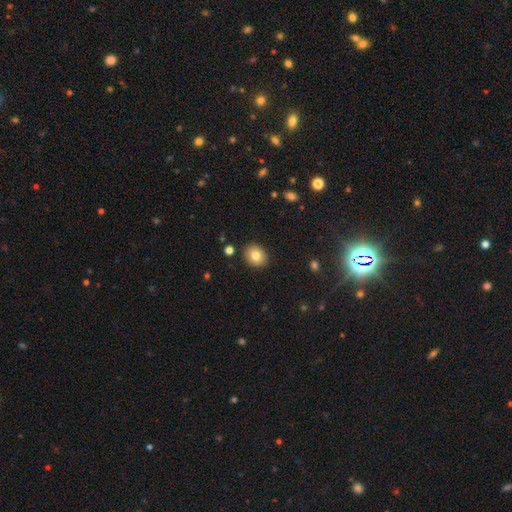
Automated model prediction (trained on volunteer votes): Smooth or featured: smooth — 80% (featured or disk — 11%)
How rounded: round — 66% (in between — 33%)
Merging: none — 90% (minor disturbance — 7%)